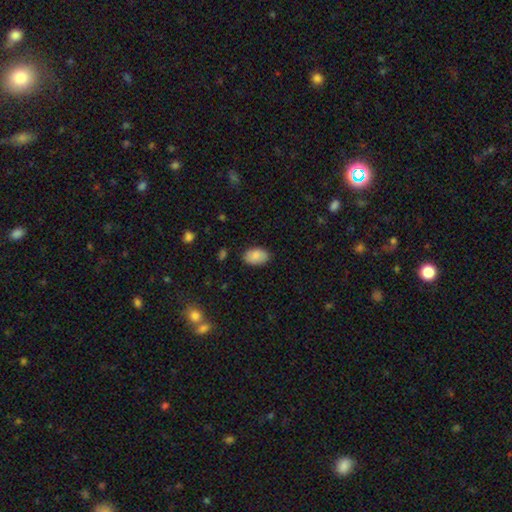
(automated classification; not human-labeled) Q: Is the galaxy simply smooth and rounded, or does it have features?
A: smooth — 82%.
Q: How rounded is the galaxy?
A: in between — 89%.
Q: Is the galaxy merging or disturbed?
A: none — 83%.